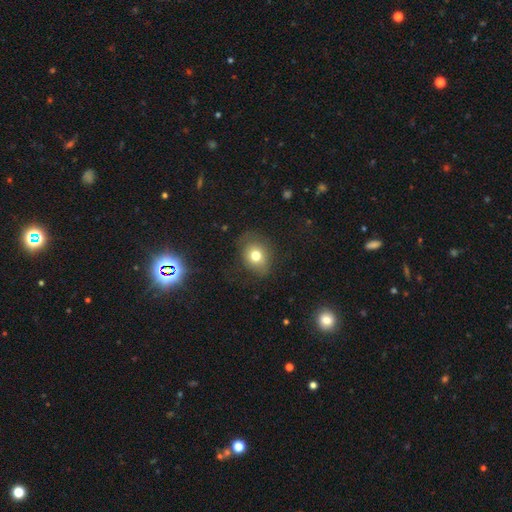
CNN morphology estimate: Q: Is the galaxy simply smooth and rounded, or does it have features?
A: smooth — 72%.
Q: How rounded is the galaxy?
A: round — 58%.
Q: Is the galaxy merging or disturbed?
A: none — 68%.